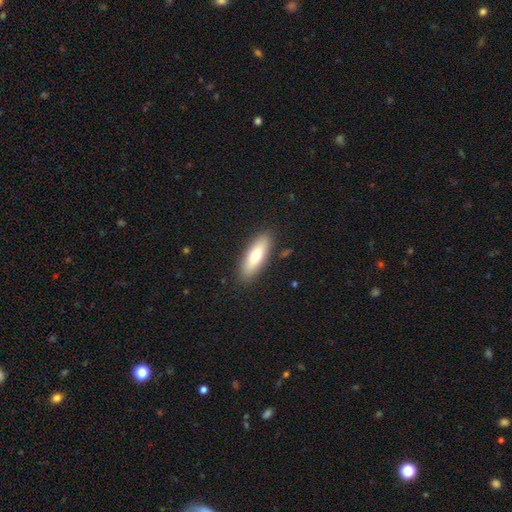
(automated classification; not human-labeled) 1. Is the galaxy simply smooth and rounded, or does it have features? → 69% smooth, 25% featured or disk, 6% star or artifact.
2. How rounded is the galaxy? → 58% in between, 40% cigar-shaped, 2% round.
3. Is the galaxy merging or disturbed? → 88% none, 9% minor disturbance, 2% major disturbance, 1% merger.